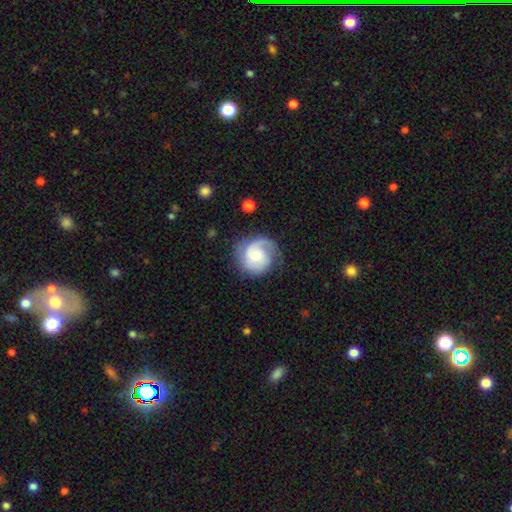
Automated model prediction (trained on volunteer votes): This is likely a featured or disk galaxy (71%). It is clearly not viewed edge-on (98%). Bar: likely no (63%). Spiral arm pattern: clearly yes (93%). Spiral arm count: possibly 2 (48%). Spiral winding: marginally tight (42%). Central bulge: marginally moderate (45%). Merging: likely none (68%).